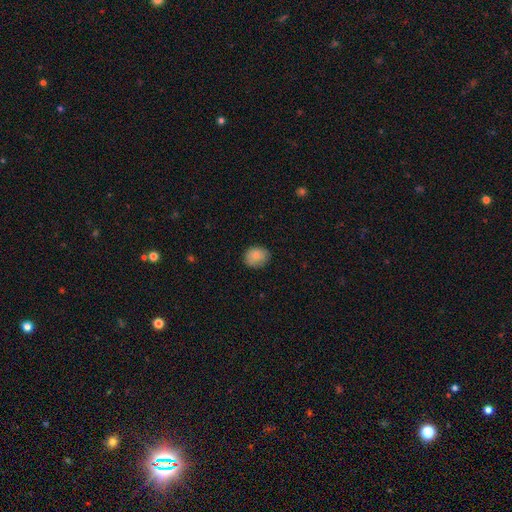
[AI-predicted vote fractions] Morphology: type=smooth (84%); roundness=round (60%); merging=none (81%).